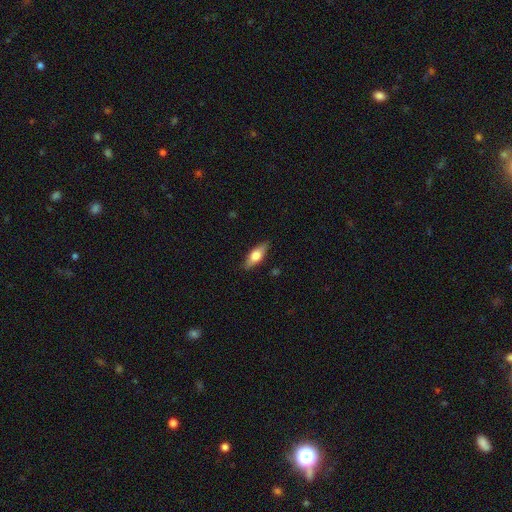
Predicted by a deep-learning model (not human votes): Overall: smooth (58%; featured or disk 36%). How rounded: in between (67%; cigar-shaped 29%). Merging: none (85%).